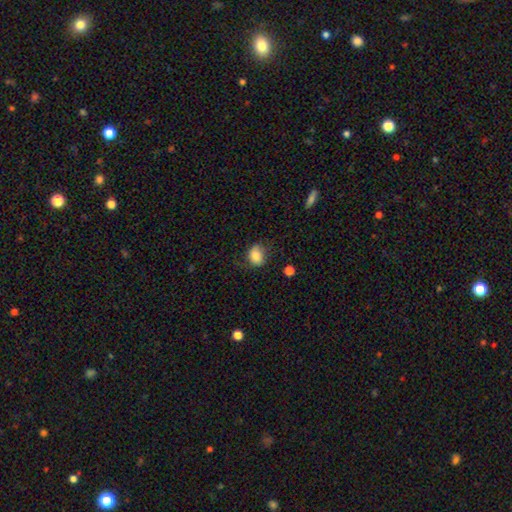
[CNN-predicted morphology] smooth 79%, featured or disk 12%, star or artifact 9%. Down the decision tree: how rounded — in between (54%); merging — none (65%).